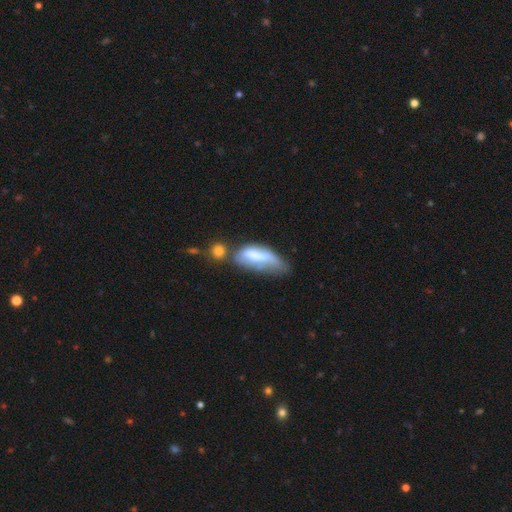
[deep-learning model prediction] smooth-or-featured: smooth: 57% | featured or disk: 35% | star or artifact: 8%
  how-rounded: in between: 63% | cigar-shaped: 34% | round: 2%
  merging: merger: 31% | major disturbance: 26% | minor disturbance: 23% | none: 19%